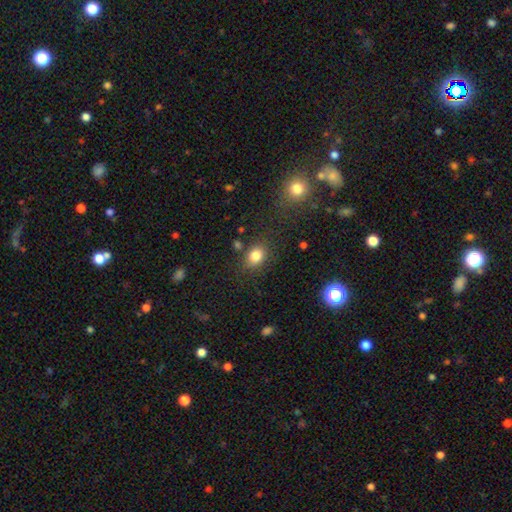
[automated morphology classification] The model was most divided on "how rounded": in between: 57%, round: 42%, cigar-shaped: 1%. More confident: smooth or featured — smooth (83%); merging — none (78%).